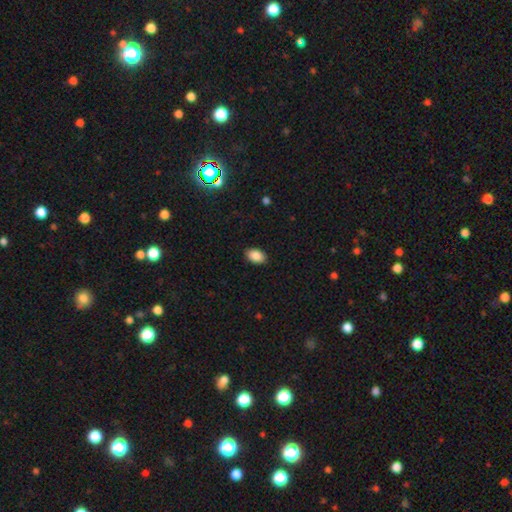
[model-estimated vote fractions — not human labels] A smooth galaxy with no disk features (88%) that is in between round and cigar-shaped (88%). Merging: none (89%).